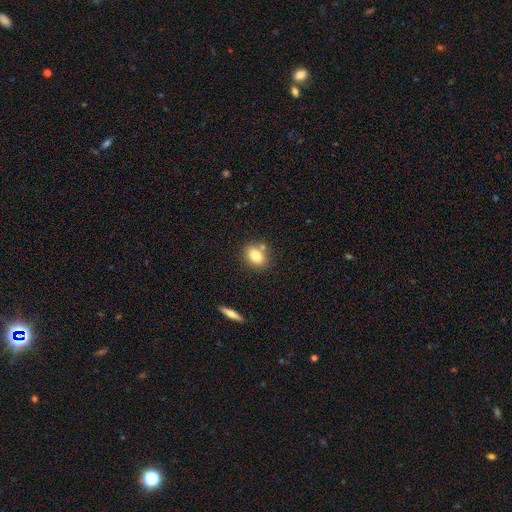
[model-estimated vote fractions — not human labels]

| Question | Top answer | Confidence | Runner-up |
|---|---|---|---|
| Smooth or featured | smooth | 80% | featured or disk (11%) |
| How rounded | in between | 64% | round (34%) |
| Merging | none | 69% | merger (15%) |